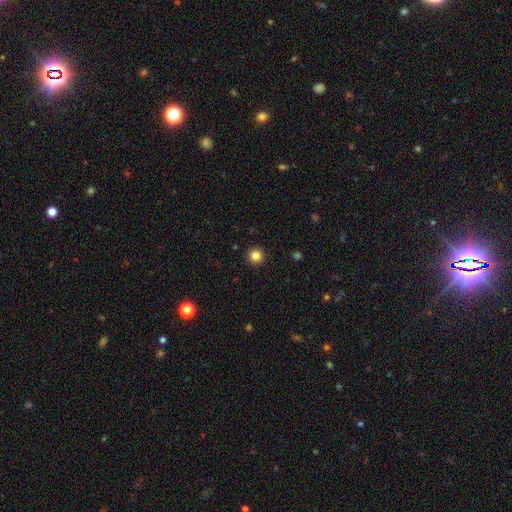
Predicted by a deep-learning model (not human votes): This appears to be a smooth galaxy with no disk features (84%) that is round (96%). Merging: none (93%).